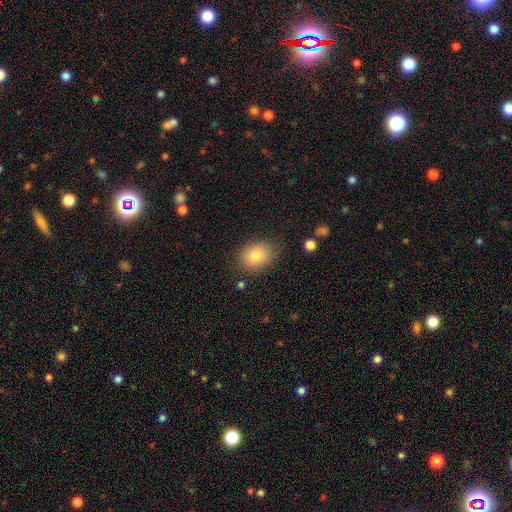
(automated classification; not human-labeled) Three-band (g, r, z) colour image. It shows a smooth galaxy with no disk features (82%) that is in between round and cigar-shaped (62%). Merging: none (80%).